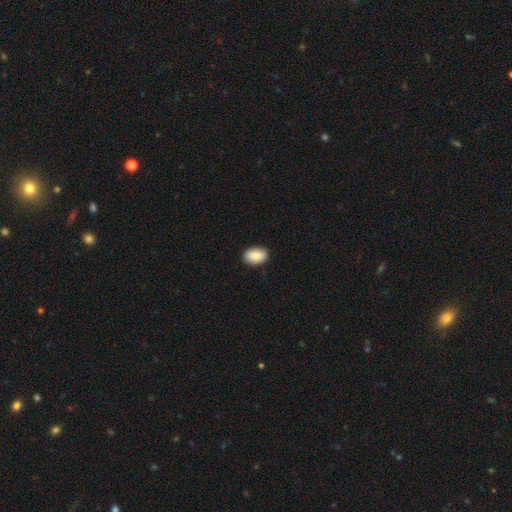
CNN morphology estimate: This appears to be a smooth galaxy with no disk features (87%) that is in between round and cigar-shaped (87%). Merging: none (88%).